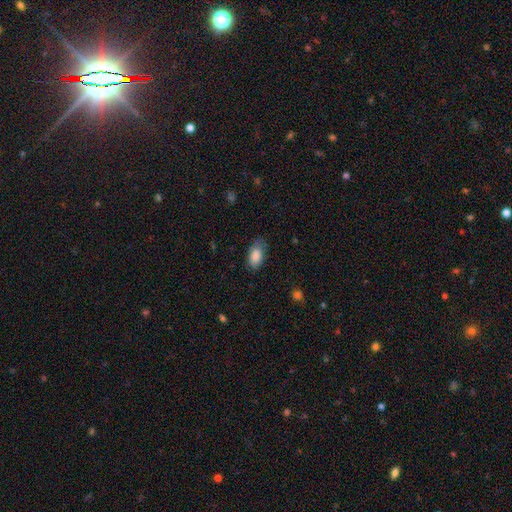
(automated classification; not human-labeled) A smooth galaxy with no disk features (86%) that is in between round and cigar-shaped (93%). Merging: none (71%).